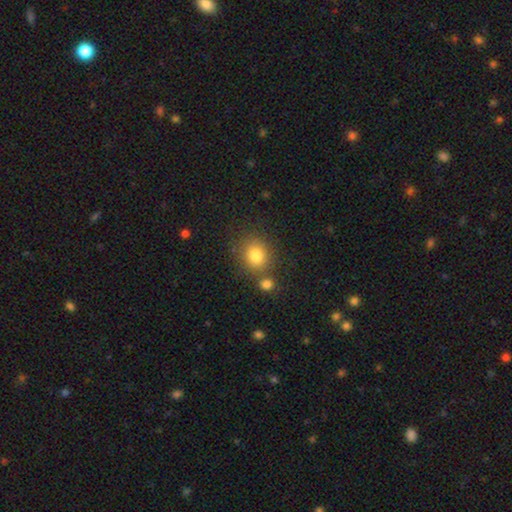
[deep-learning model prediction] Smooth or featured? smooth (81%)
How rounded? round (68%)
Merging? none (70%)